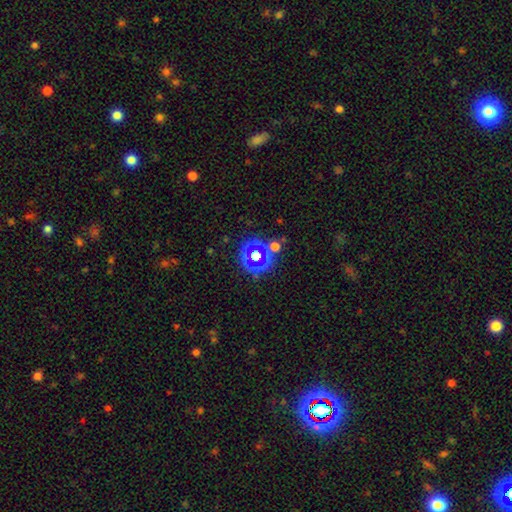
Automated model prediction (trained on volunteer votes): smooth_or_featured: star or artifact (p=0.56) [alt: smooth p=0.30]